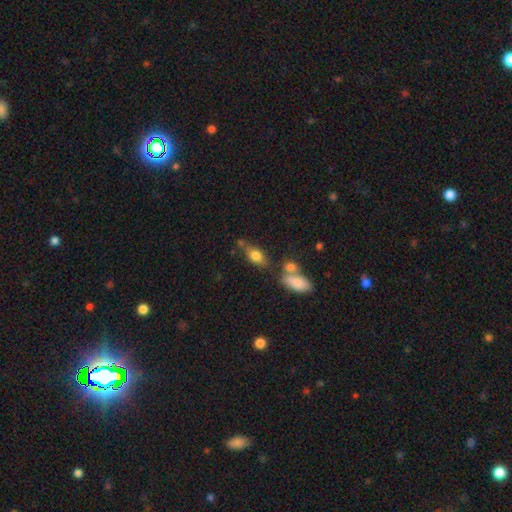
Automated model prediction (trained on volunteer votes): Morphology: type=smooth (75%); roundness=in between (79%); merging=none (55%).